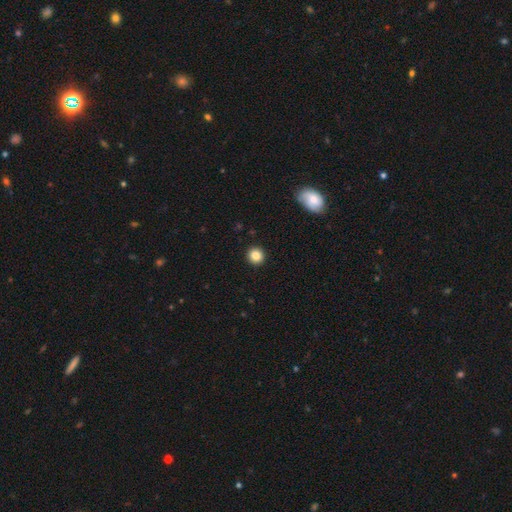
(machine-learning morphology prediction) A smooth galaxy with no disk features (85%) that is round (93%).

Vote fractions:
- Smooth or featured? smooth: 85% / star or artifact: 10% / featured or disk: 5%
- How rounded? round: 93% / in between: 6% / cigar-shaped: 1%
- Merging? none: 93% / minor disturbance: 4% / major disturbance: 1% / merger: 1%